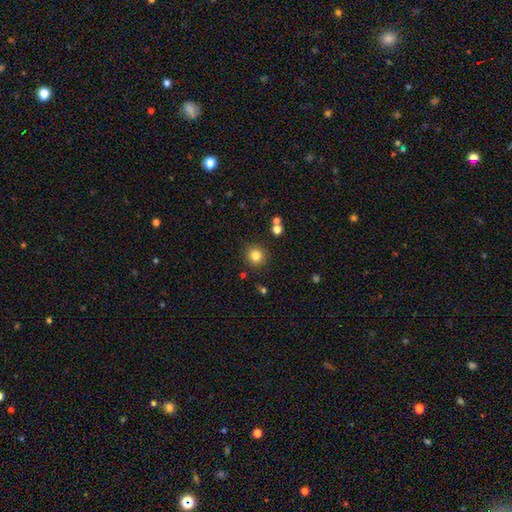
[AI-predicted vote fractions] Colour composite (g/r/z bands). It shows a smooth galaxy with no disk features (82%) that is round (93%). Merging: none (87%).